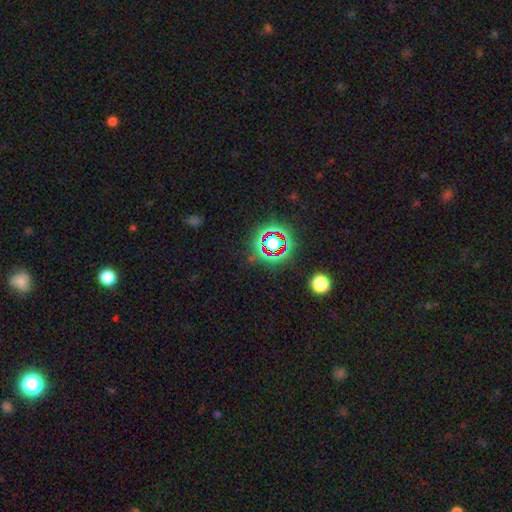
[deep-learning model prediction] Q: Smooth or featured?
A: star or artifact (77%); runner-up: smooth (14%)